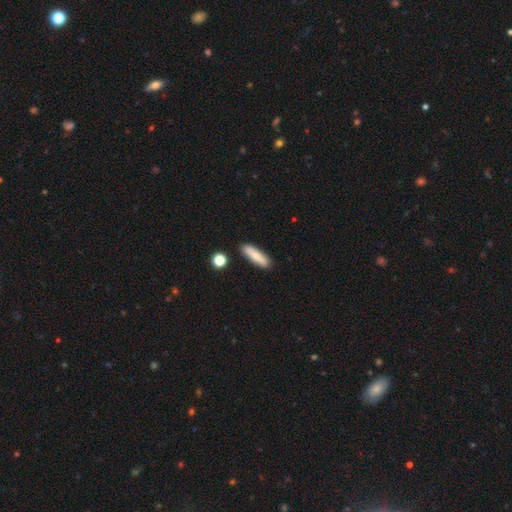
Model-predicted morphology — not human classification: smooth-or-featured: smooth: 67% | featured or disk: 26% | star or artifact: 7%
  how-rounded: cigar-shaped: 64% | in between: 33% | round: 3%
  merging: none: 86% | minor disturbance: 9% | merger: 3% | major disturbance: 2%